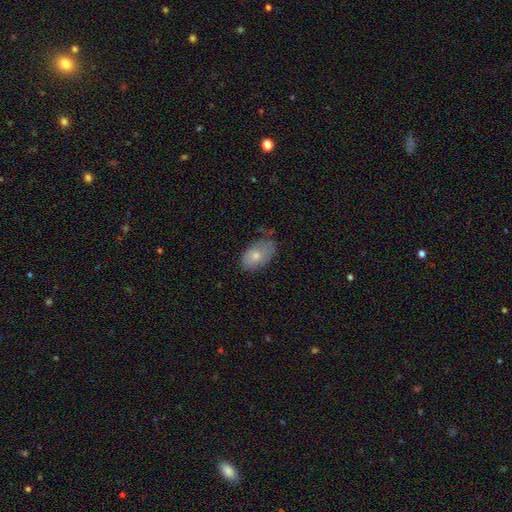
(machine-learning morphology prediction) Smooth or featured? smooth (73%)
How rounded? in between (92%)
Merging? none (62%)